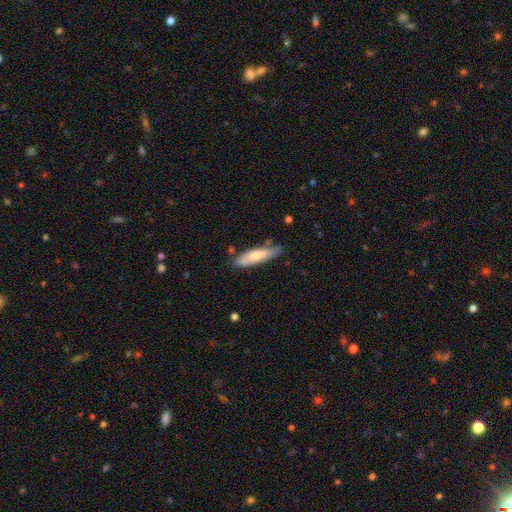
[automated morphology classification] type=smooth (68%); roundness=cigar-shaped (59%); merging=none (72%).